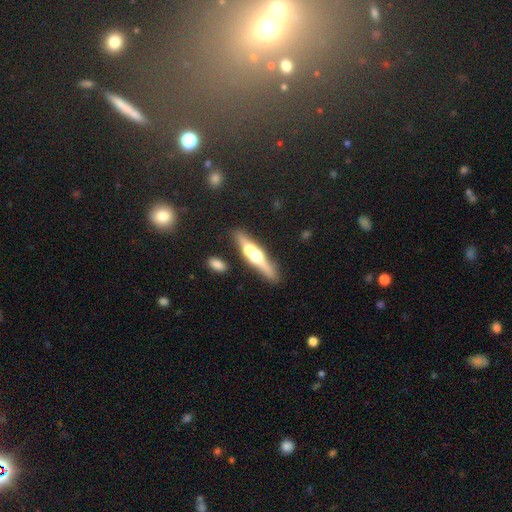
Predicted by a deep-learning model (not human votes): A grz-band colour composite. It shows a featured or disk galaxy (64%) viewed edge-on (91%) with a rounded central bulge (95%). Merging: none (64%).